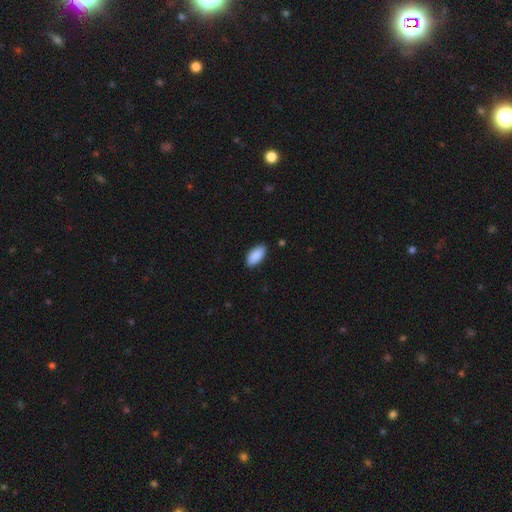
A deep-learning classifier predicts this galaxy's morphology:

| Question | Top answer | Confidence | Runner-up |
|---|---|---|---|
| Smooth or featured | smooth | 91% | star or artifact (6%) |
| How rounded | in between | 93% | cigar-shaped (5%) |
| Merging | none | 88% | minor disturbance (9%) |